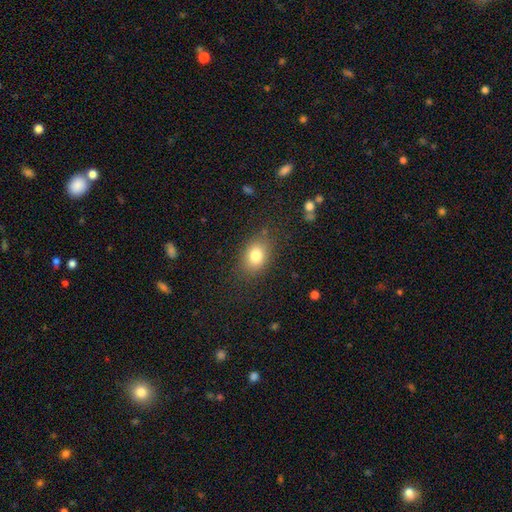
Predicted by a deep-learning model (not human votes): smooth 80%, star or artifact 10%, featured or disk 10%. Down the decision tree: how rounded — in between (70%); merging — none (81%).